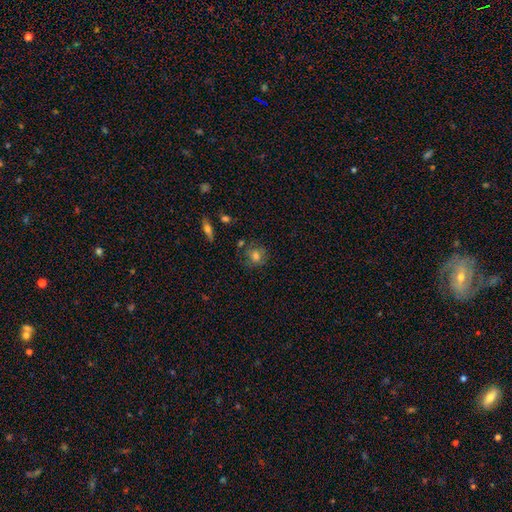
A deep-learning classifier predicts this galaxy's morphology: smooth 71%, featured or disk 16%, star or artifact 13%. Down the decision tree: how rounded — round (75%); merging — none (70%).